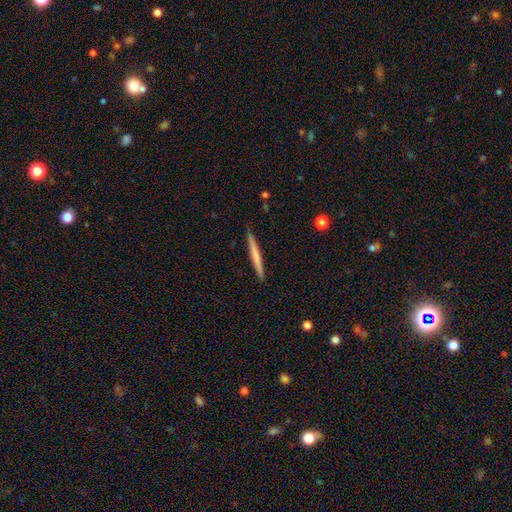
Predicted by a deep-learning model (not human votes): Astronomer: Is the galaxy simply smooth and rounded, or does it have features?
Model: smooth — 61%.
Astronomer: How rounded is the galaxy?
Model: cigar-shaped — 97%.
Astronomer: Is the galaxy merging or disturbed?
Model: none — 91%.